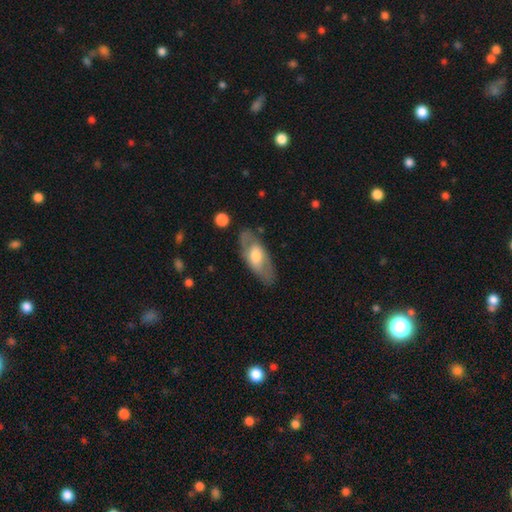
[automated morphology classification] Smooth or featured? Predicted: featured or disk (p=0.50). Merging? Predicted: none (p=0.79).